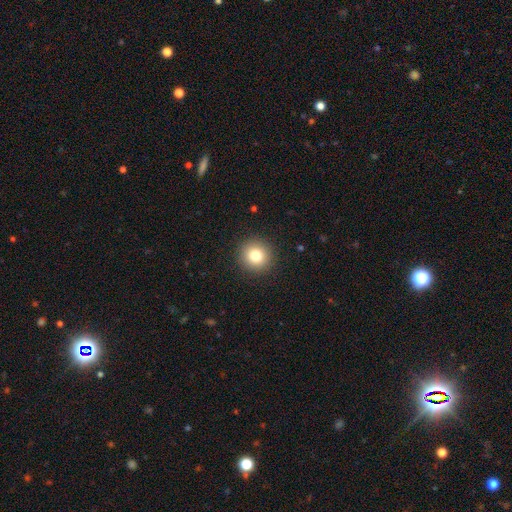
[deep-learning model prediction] Smooth or featured: smooth — 81% (star or artifact — 11%)
How rounded: round — 94% (in between — 6%)
Merging: none — 92% (minor disturbance — 5%)